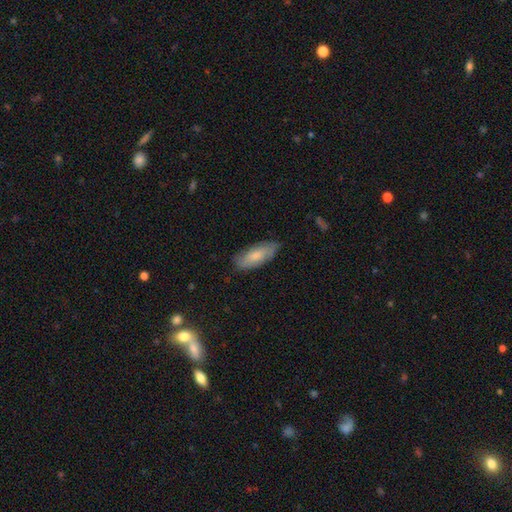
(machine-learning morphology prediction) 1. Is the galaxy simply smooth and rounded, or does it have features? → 72% smooth, 22% featured or disk, 6% star or artifact.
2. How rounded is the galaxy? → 75% in between, 24% cigar-shaped, 2% round.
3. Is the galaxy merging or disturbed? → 79% none, 17% minor disturbance, 3% major disturbance, 1% merger.